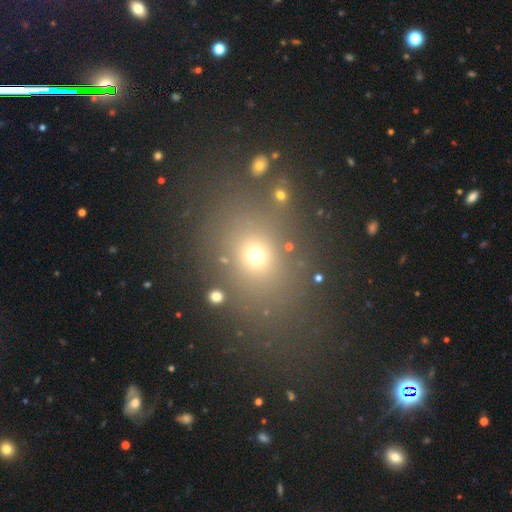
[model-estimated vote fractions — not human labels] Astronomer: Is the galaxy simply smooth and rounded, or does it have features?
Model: smooth — 65%.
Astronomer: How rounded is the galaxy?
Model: round — 54% (runner-up: in between, 45%).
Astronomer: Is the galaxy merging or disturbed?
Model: none — 77%.